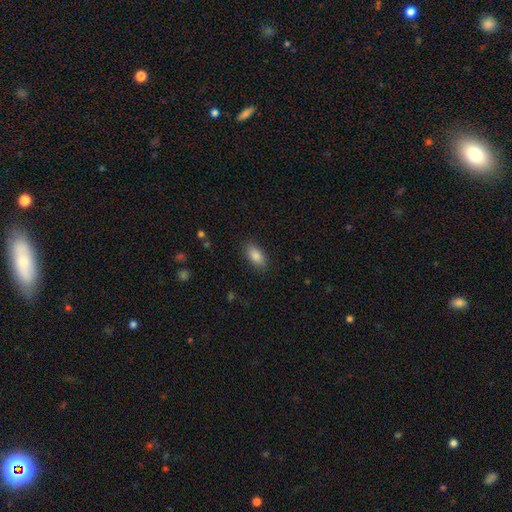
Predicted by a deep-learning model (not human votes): Morphology: type=smooth (87%); roundness=in between (90%); merging=none (87%).